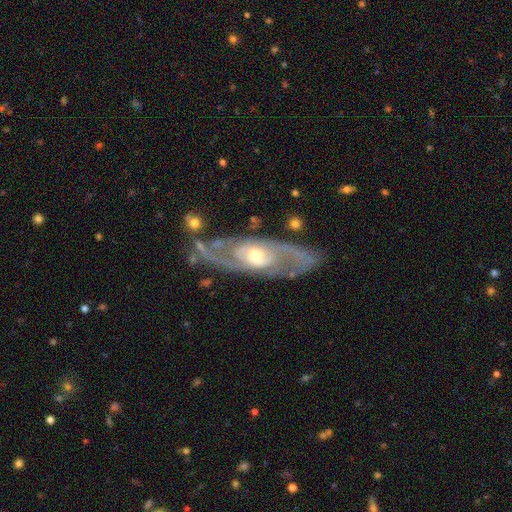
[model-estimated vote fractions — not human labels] Smooth or featured: featured or disk — 86% (smooth — 9%)
Edge-on disk: no — 89% (yes — 11%)
Bar: no — 52% (weak — 34%)
Spiral arms: yes — 87% (no — 13%)
Spiral winding: medium — 45% (tight — 35%)
Spiral arm count: 2 — 80% (can't tell — 11%)
Bulge size: moderate — 60% (small — 32%)
Merging: none — 73% (minor disturbance — 15%)